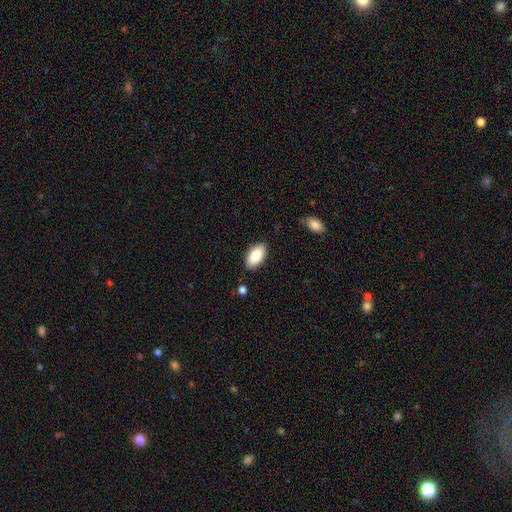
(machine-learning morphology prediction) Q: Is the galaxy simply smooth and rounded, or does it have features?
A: smooth — 83%.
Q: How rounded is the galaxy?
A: in between — 94%.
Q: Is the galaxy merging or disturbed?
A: none — 87%.